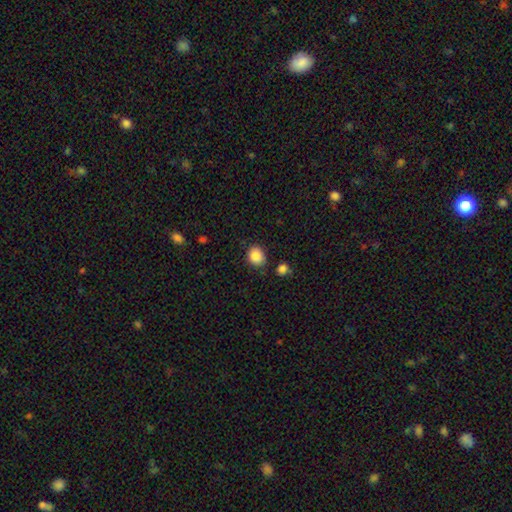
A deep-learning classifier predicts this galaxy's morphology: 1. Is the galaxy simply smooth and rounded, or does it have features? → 87% smooth, 9% star or artifact, 4% featured or disk.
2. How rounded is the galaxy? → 61% round, 38% in between, 1% cigar-shaped.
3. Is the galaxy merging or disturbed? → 79% none, 14% minor disturbance, 4% merger, 3% major disturbance.